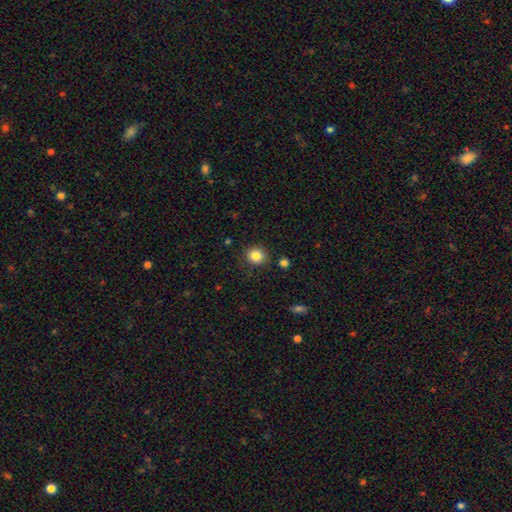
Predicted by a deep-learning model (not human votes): smooth_or_featured: smooth (p=0.84) [alt: star or artifact p=0.11]
how_rounded: round (p=0.84) [alt: in between p=0.15]
merging: none (p=0.86) [alt: minor disturbance p=0.09]